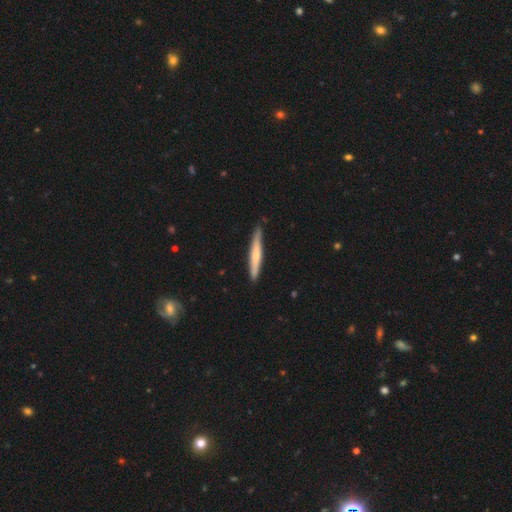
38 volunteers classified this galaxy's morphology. Smooth or featured: smooth — 71% (featured or disk — 24%)
How rounded: cigar-shaped — 100%
Merging: none — 89% (minor disturbance — 11%)